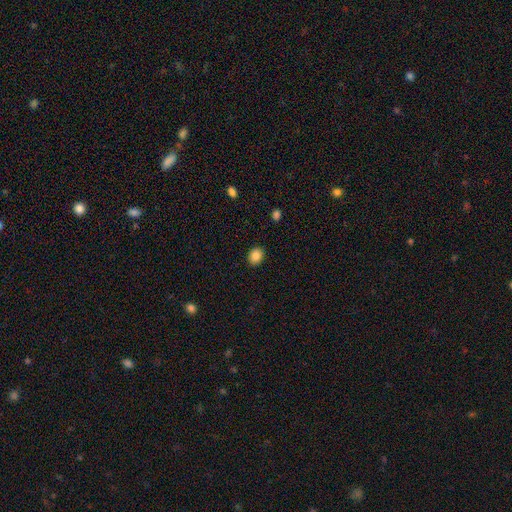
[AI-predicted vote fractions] smooth-or-featured: smooth: 85% | star or artifact: 9% | featured or disk: 5%
  how-rounded: in between: 50% | round: 49% | cigar-shaped: 1%
  merging: none: 89% | minor disturbance: 8% | major disturbance: 2% | merger: 1%